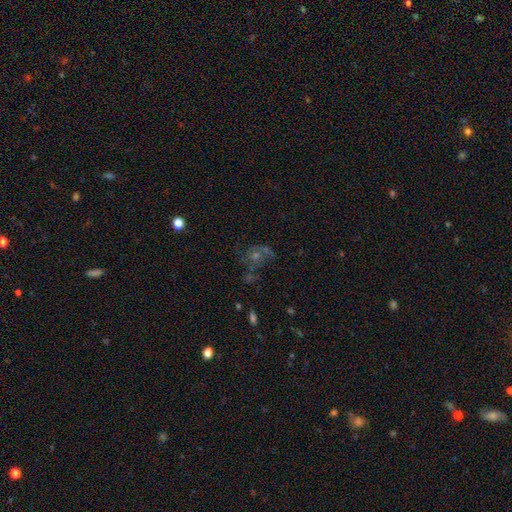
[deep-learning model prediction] The model was most divided on "smooth or featured": featured or disk: 43%, star or artifact: 33%, smooth: 24%. More confident: merging — none (53%).